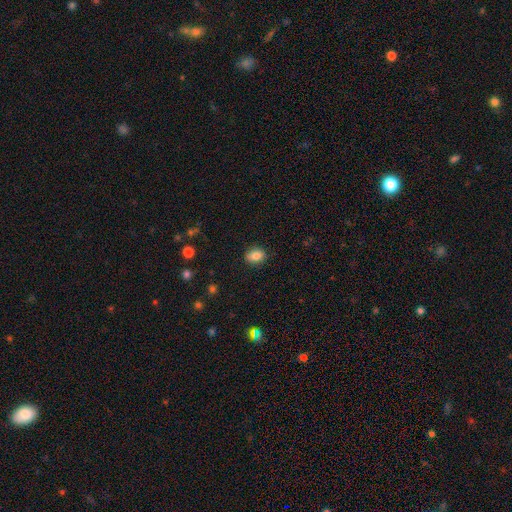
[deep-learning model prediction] smooth-or-featured: smooth: 84% | star or artifact: 9% | featured or disk: 7%
  how-rounded: in between: 63% | round: 35% | cigar-shaped: 1%
  merging: none: 86% | minor disturbance: 11% | major disturbance: 2% | merger: 1%